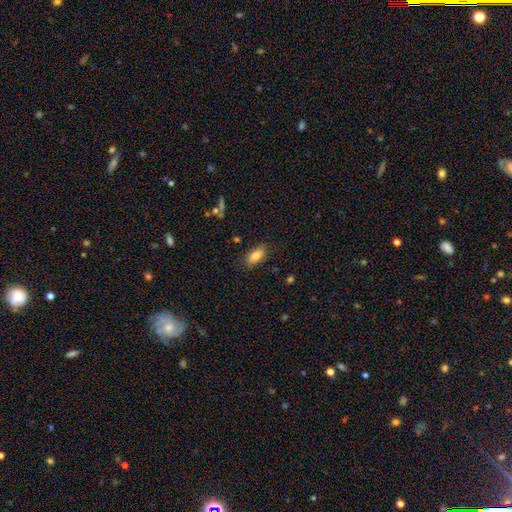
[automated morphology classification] The model was most divided on "merging": none: 83%, minor disturbance: 12%, major disturbance: 3%, merger: 2%. More confident: how rounded — in between (86%); smooth or featured — smooth (85%).